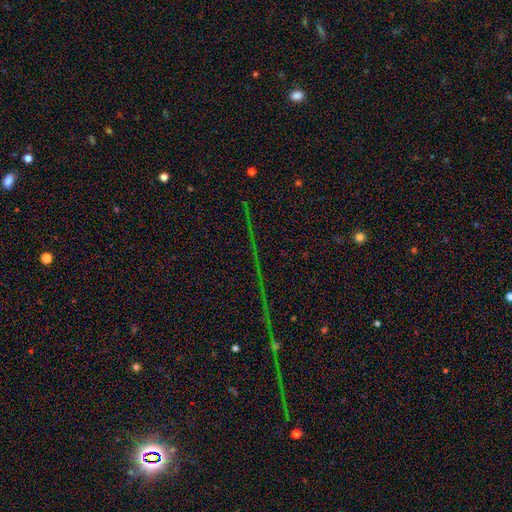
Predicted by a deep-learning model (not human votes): Overall: star or artifact (82%).